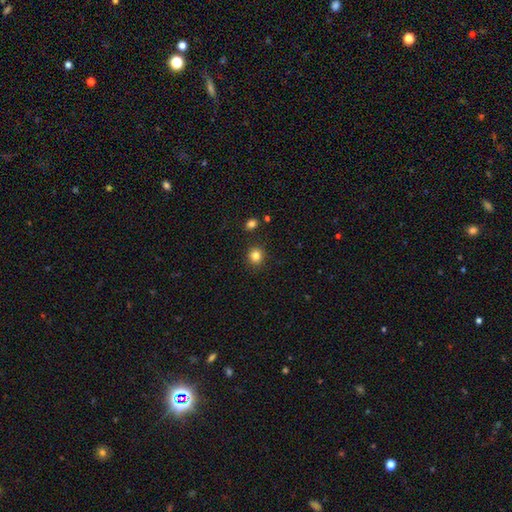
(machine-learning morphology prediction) Q: Smooth or featured?
A: smooth (83%); runner-up: star or artifact (11%)
Q: How rounded?
A: round (87%); runner-up: in between (12%)
Q: Merging?
A: none (89%); runner-up: minor disturbance (7%)